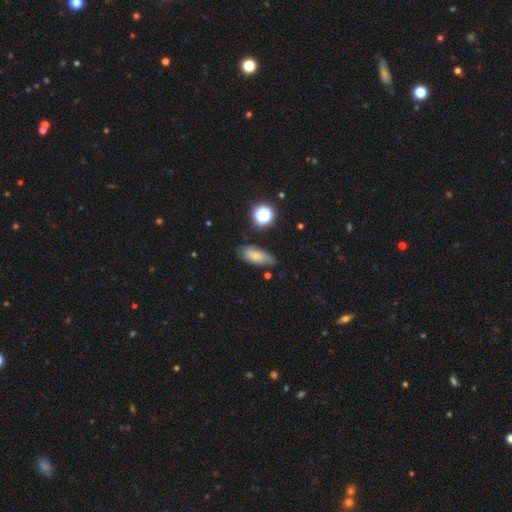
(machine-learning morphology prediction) smooth-or-featured: smooth: 67% | featured or disk: 22% | star or artifact: 11%
  how-rounded: in between: 80% | cigar-shaped: 15% | round: 4%
  merging: none: 68% | minor disturbance: 24% | major disturbance: 5% | merger: 3%